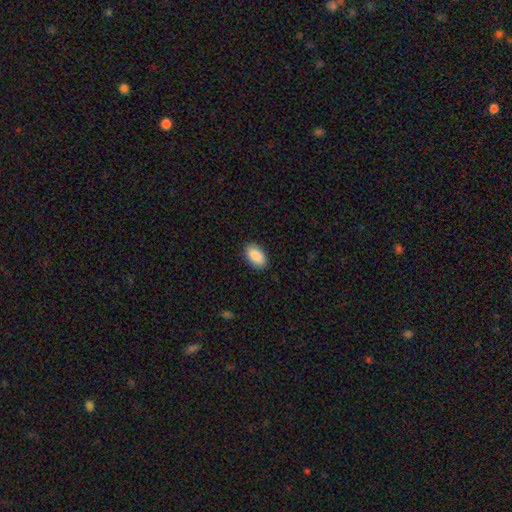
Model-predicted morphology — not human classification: This appears to be a smooth galaxy with no disk features (90%) that is in between round and cigar-shaped (94%). Merging: none (89%).